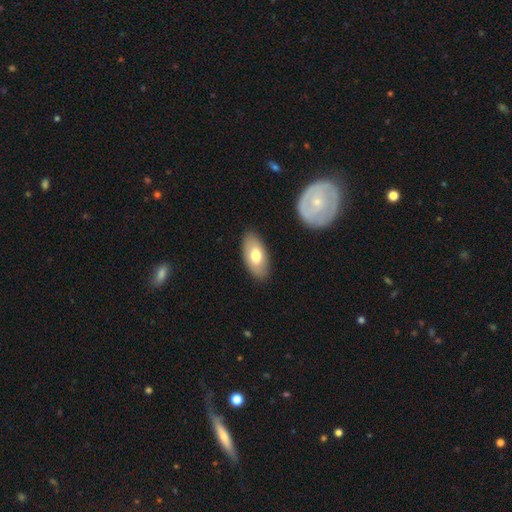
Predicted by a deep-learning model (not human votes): A smooth galaxy with no disk features (68%) that is in between round and cigar-shaped (93%).

Vote fractions:
- Smooth or featured? smooth: 68% / featured or disk: 26% / star or artifact: 6%
- How rounded? in between: 93% / cigar-shaped: 4% / round: 3%
- Merging? none: 86% / minor disturbance: 10% / major disturbance: 2% / merger: 2%